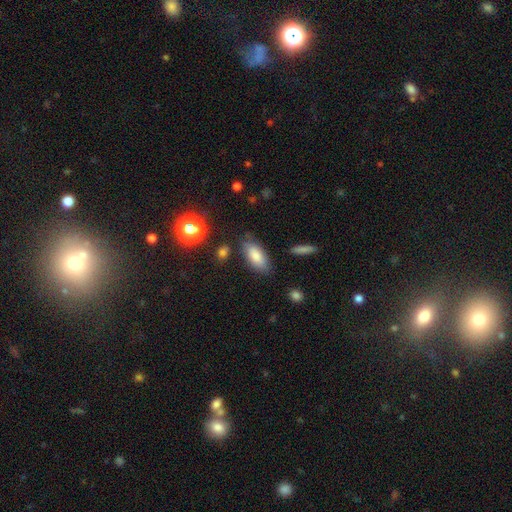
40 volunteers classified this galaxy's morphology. Smooth or featured: smooth — 85% (featured or disk — 12%)
How rounded: in between — 91% (cigar-shaped — 9%)
Merging: none — 77% (minor disturbance — 18%)